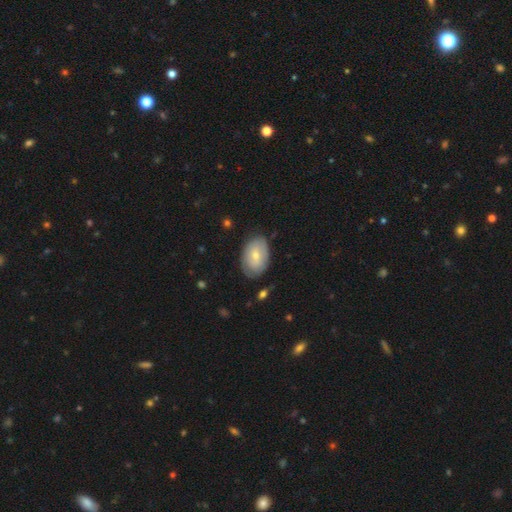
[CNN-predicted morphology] Smooth or featured?
  - smooth: 59% *
  - featured or disk: 35%
  - star or artifact: 6%
How rounded?
  - in between: 88% *
  - round: 11%
  - cigar-shaped: 1%
Merging?
  - none: 75% *
  - minor disturbance: 19%
  - major disturbance: 5%
  - merger: 2%